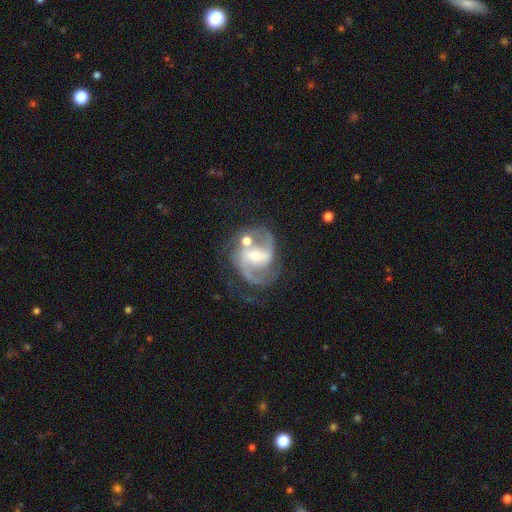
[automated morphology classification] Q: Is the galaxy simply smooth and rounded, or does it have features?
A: featured or disk — 89%.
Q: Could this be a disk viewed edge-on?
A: no — 98%.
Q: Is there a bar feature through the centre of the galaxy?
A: weak — 41%.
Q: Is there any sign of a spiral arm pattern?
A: yes — 97%.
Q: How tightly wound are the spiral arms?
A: medium — 58%.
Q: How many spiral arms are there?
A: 2 — 85%.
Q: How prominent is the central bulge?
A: small — 49%.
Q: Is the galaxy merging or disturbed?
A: none — 55%.